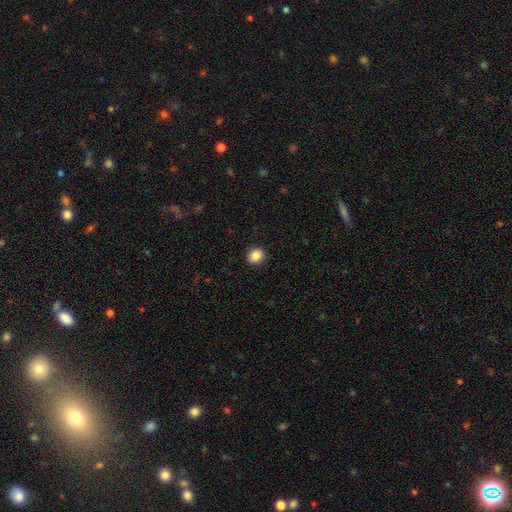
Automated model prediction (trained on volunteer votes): This is clearly a smooth galaxy (87%). How rounded: clearly round (85%). Merging: clearly none (92%).